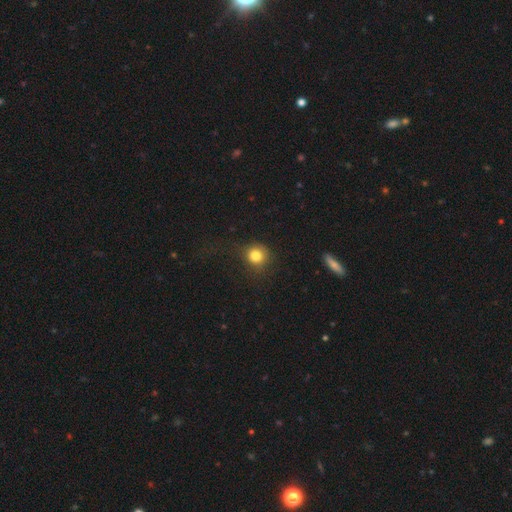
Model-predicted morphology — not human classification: This is clearly a smooth galaxy (81%). How rounded: clearly round (88%). Merging: likely none (74%).